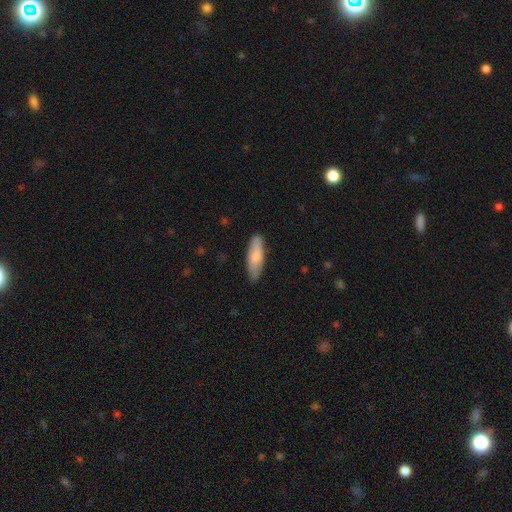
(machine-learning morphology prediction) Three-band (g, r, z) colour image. It shows a smooth galaxy with no disk features (79%) that is in between round and cigar-shaped (55%). Merging: none (84%).